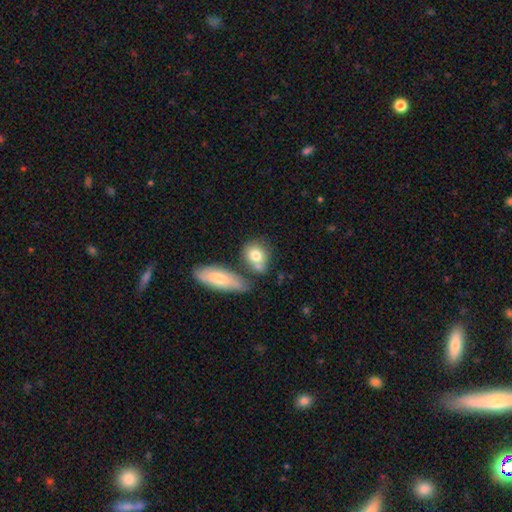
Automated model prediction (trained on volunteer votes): Q: Smooth or featured?
A: smooth (77%); runner-up: featured or disk (16%)
Q: How rounded?
A: round (50%); runner-up: in between (45%)
Q: Merging?
A: none (51%); runner-up: merger (27%)